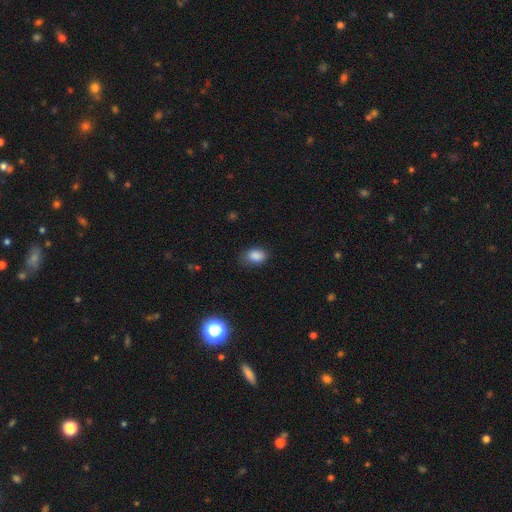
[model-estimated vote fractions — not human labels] smooth_or_featured: smooth (p=0.86) [alt: star or artifact p=0.09]
how_rounded: in between (p=0.81) [alt: round p=0.17]
merging: none (p=0.72) [alt: minor disturbance p=0.22]